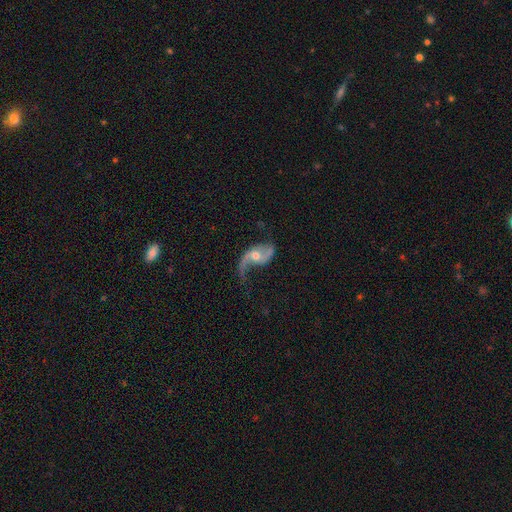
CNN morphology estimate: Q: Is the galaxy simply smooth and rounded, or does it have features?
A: featured or disk — 87%.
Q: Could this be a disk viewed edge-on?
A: no — 97%.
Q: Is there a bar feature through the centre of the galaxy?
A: no — 56%.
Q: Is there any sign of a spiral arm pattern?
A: yes — 95%.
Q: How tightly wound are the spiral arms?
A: loose — 78%.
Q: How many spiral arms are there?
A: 2 — 87%.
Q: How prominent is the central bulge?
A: moderate — 66%.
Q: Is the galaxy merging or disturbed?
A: none — 57%.